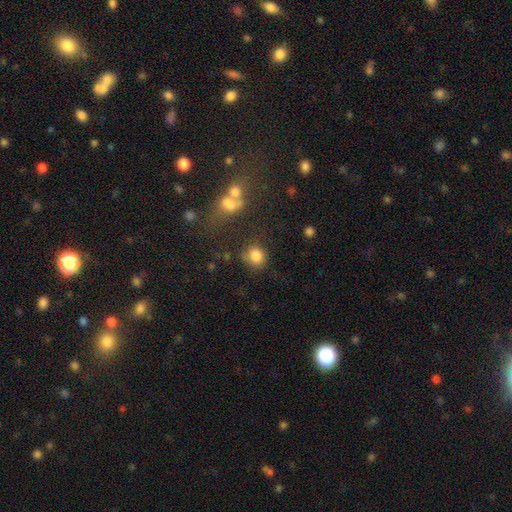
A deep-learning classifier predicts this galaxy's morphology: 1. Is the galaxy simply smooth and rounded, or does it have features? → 83% smooth, 11% star or artifact, 7% featured or disk.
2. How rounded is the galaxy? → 71% round, 28% in between, 1% cigar-shaped.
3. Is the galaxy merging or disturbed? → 66% none, 18% minor disturbance, 8% merger, 8% major disturbance.